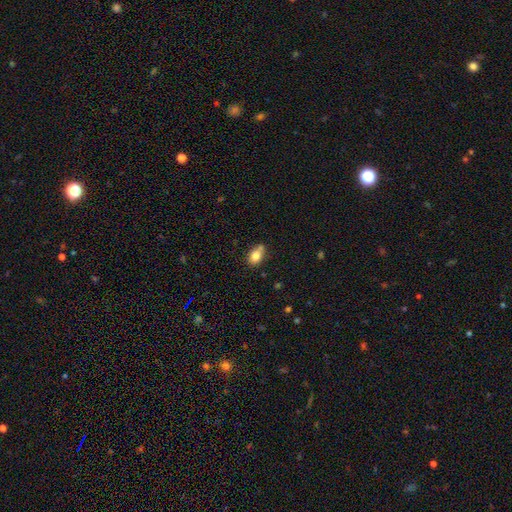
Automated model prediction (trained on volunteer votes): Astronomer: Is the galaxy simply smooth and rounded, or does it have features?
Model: smooth — 81%.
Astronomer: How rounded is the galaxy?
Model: in between — 76%.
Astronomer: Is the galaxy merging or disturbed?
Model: none — 59%.